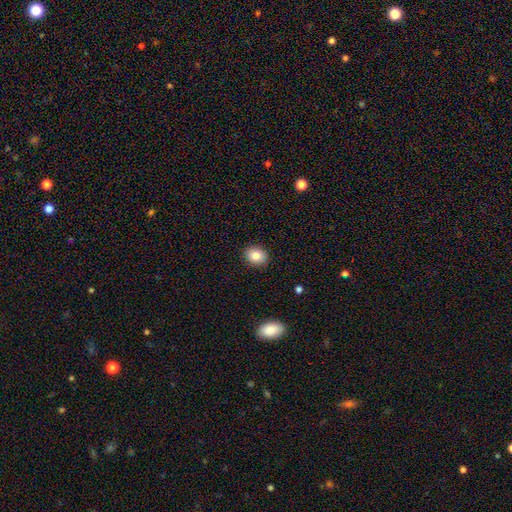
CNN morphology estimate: Smooth or featured? smooth (84%)
How rounded? in between (50%)
Merging? none (90%)